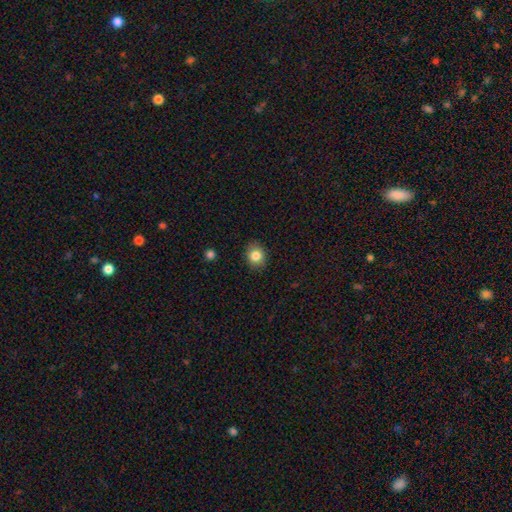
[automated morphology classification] The model was most divided on "how rounded": round: 59%, in between: 40%, cigar-shaped: 1%. More confident: merging — none (86%); smooth or featured — smooth (83%).